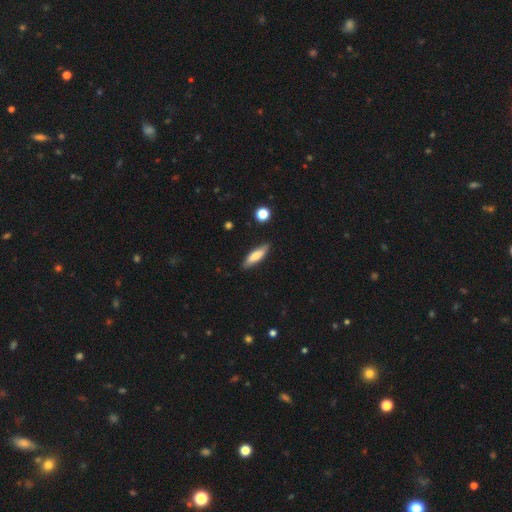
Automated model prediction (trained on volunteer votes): Morphology: type=smooth (74%); roundness=cigar-shaped (60%); merging=none (85%).